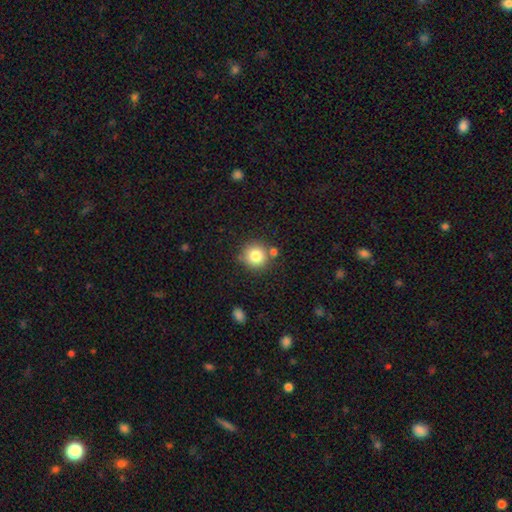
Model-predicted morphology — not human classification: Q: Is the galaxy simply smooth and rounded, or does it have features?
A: smooth — 81%.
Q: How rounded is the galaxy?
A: round — 92%.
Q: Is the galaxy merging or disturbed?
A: none — 75%.